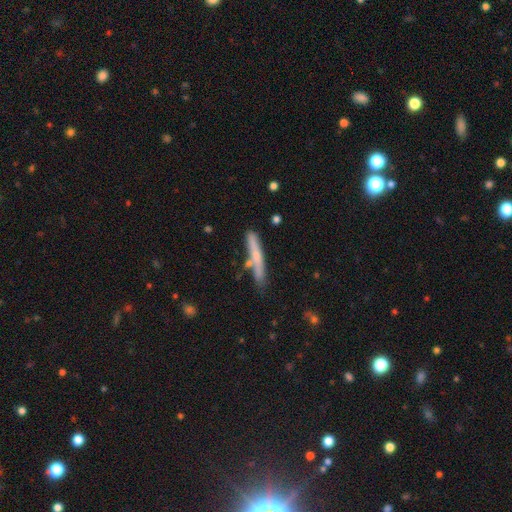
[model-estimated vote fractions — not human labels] smooth 56%, featured or disk 37%, star or artifact 7%. Down the decision tree: how rounded — cigar-shaped (94%); merging — none (70%).